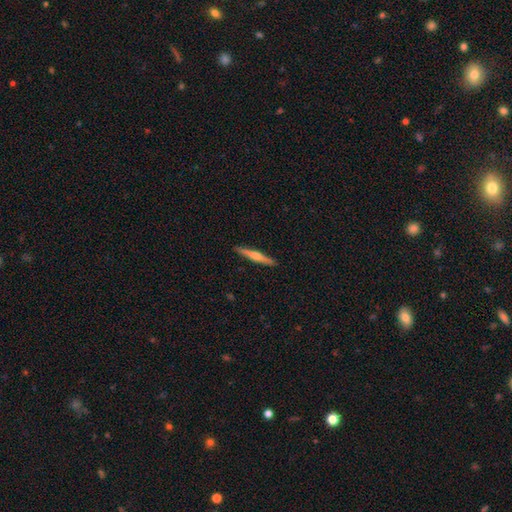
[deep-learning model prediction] Q: Smooth or featured?
A: featured or disk (63%); runner-up: smooth (31%)
Q: Edge-on disk?
A: yes (98%); runner-up: no (2%)
Q: Edge-on bulge?
A: rounded (84%); runner-up: none (10%)
Q: Merging?
A: none (92%); runner-up: minor disturbance (6%)